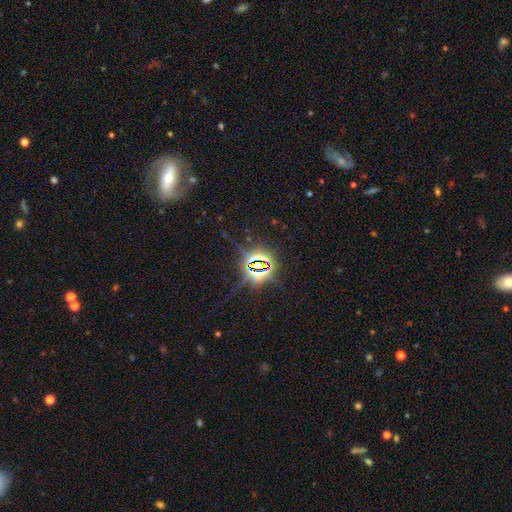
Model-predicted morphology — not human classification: A star or artifact, not a galaxy (76%).

Vote fractions:
- Smooth or featured? star or artifact: 76% / smooth: 12% / featured or disk: 12%